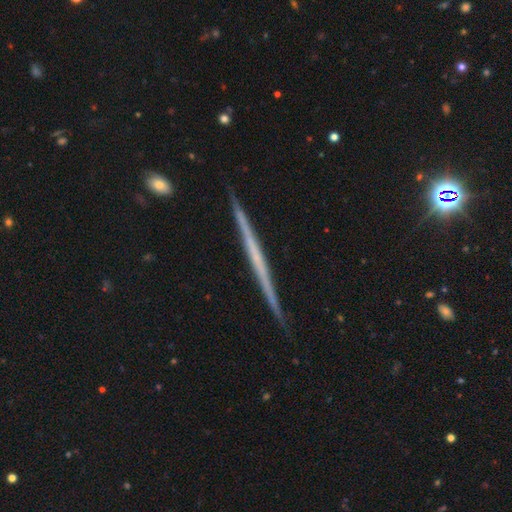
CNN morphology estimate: smooth_or_featured: featured or disk (p=0.69) [alt: smooth p=0.25]
disk_edge_on: yes (p=0.98) [alt: no p=0.02]
edge_on_bulge: none (p=0.89) [alt: rounded p=0.07]
merging: none (p=0.91) [alt: minor disturbance p=0.06]